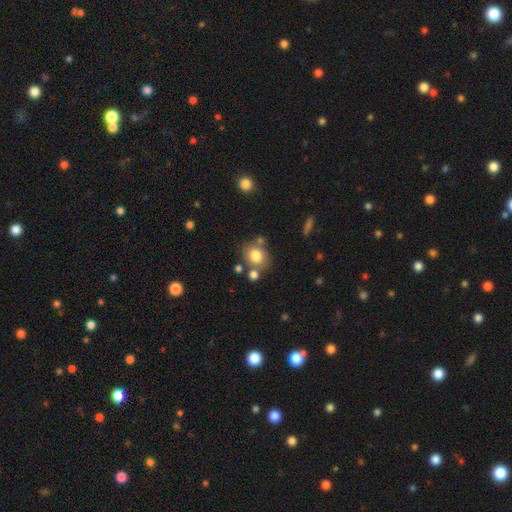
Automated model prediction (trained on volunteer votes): Morphology: type=smooth (80%); roundness=round (73%); merging=none (66%).